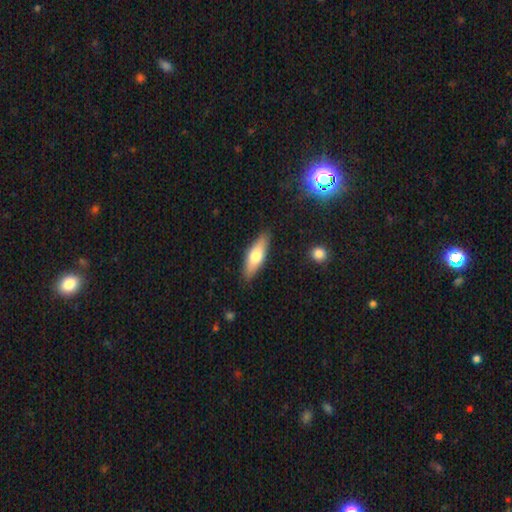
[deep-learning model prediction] A smooth galaxy with no disk features (63%) that is in between round and cigar-shaped (56%).

Vote fractions:
- Smooth or featured? smooth: 63% / featured or disk: 31% / star or artifact: 6%
- How rounded? in between: 56% / cigar-shaped: 42% / round: 2%
- Merging? none: 87% / minor disturbance: 10% / major disturbance: 2% / merger: 1%